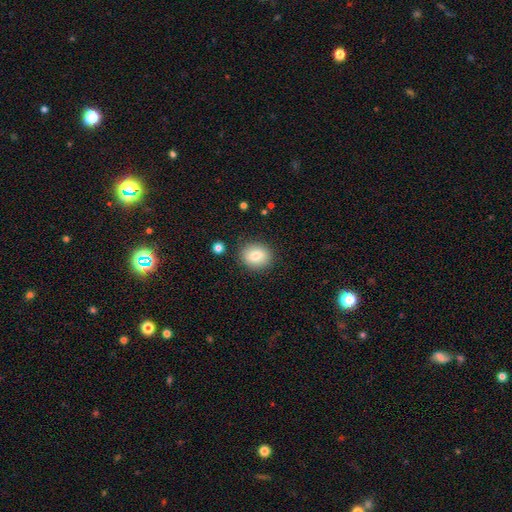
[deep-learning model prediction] Smooth or featured: smooth — 82% (featured or disk — 9%)
How rounded: round — 62% (in between — 37%)
Merging: none — 86% (minor disturbance — 9%)